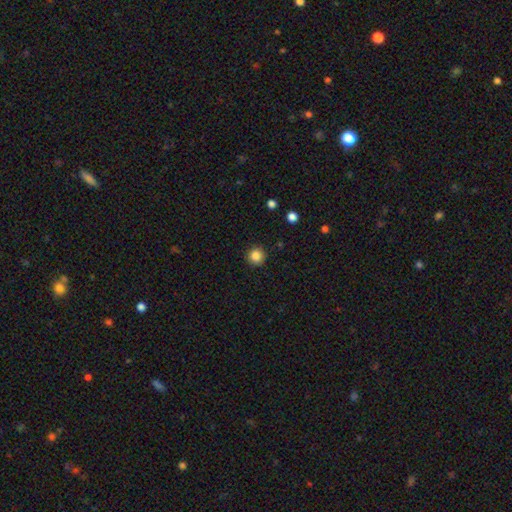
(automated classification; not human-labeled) Morphology: type=smooth (86%); roundness=round (95%); merging=none (91%).